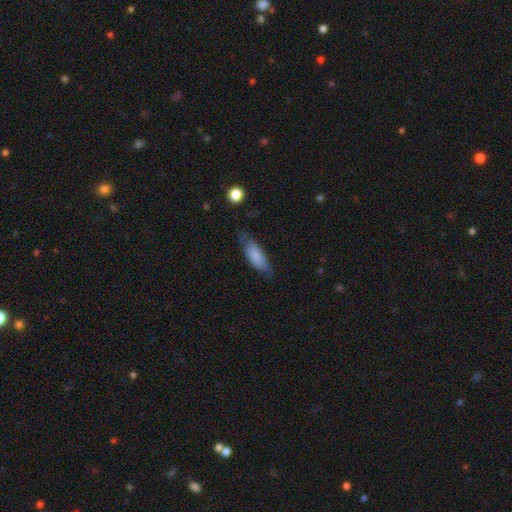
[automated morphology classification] A smooth galaxy with no disk features (79%) that is in between round and cigar-shaped (64%).

Vote fractions:
- Smooth or featured? smooth: 79% / featured or disk: 15% / star or artifact: 6%
- How rounded? in between: 64% / cigar-shaped: 34% / round: 2%
- Merging? none: 67% / minor disturbance: 25% / major disturbance: 7% / merger: 2%